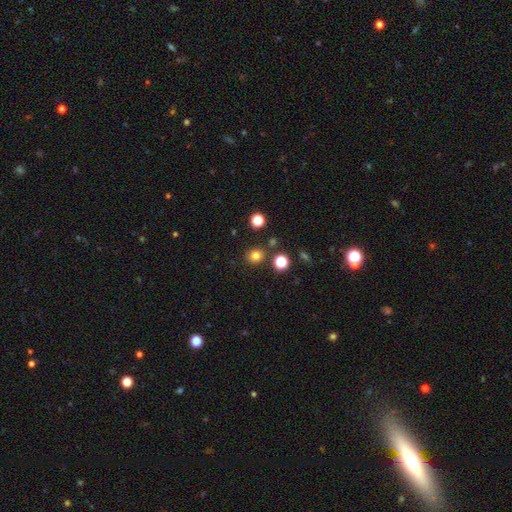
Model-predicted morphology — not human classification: smooth 79%, star or artifact 16%, featured or disk 5%. Down the decision tree: how rounded — round (83%); merging — none (85%).